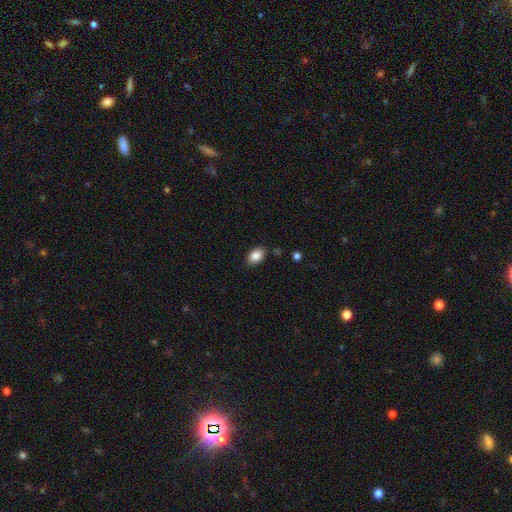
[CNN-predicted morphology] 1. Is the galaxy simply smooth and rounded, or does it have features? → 87% smooth, 8% star or artifact, 5% featured or disk.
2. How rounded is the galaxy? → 86% in between, 13% round, 1% cigar-shaped.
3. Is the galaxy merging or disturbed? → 86% none, 10% minor disturbance, 2% major disturbance, 2% merger.